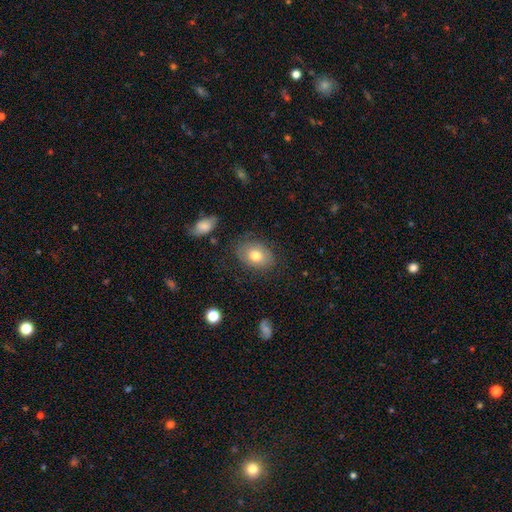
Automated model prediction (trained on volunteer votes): This is likely a smooth galaxy (69%). How rounded: likely in between (76%). Merging: likely none (74%).